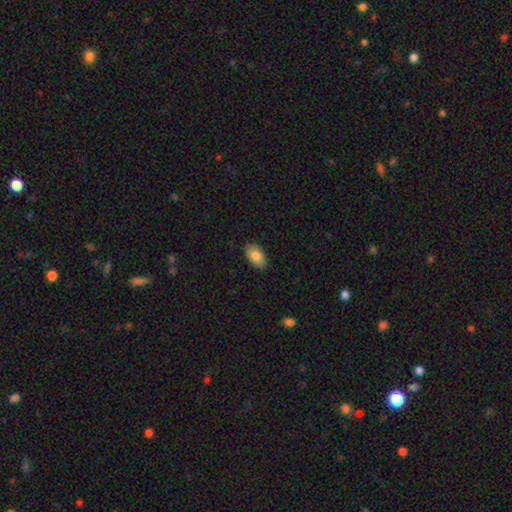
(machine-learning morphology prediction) Smooth or featured? smooth (82%)
How rounded? in between (94%)
Merging? none (88%)